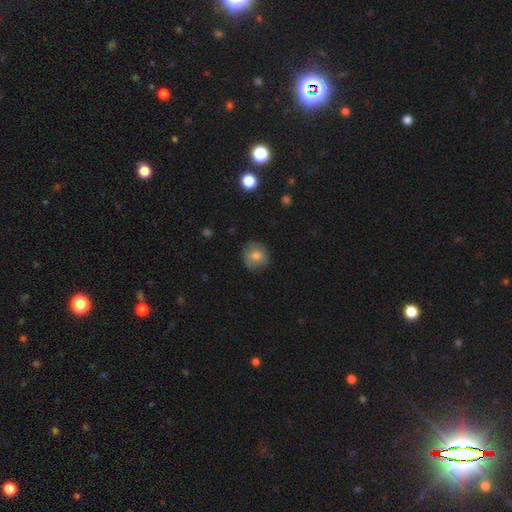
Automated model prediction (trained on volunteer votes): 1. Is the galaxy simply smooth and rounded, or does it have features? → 77% smooth, 15% featured or disk, 9% star or artifact.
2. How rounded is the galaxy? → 85% round, 14% in between, 1% cigar-shaped.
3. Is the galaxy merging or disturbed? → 76% none, 19% minor disturbance, 4% major disturbance, 1% merger.